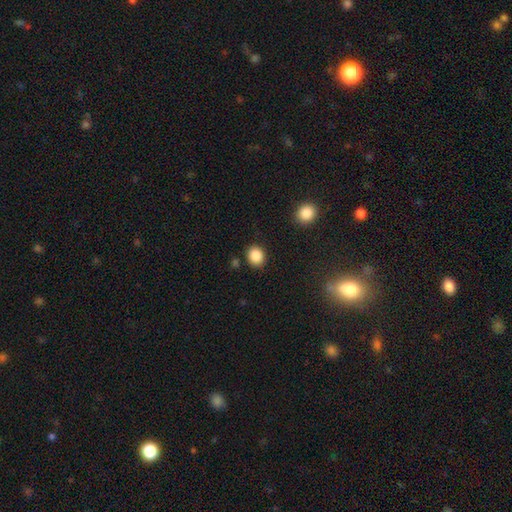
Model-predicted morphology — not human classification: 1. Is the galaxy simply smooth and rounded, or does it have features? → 88% smooth, 9% star or artifact, 3% featured or disk.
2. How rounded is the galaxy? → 65% round, 34% in between, 1% cigar-shaped.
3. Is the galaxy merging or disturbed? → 86% none, 9% minor disturbance, 3% major disturbance, 3% merger.